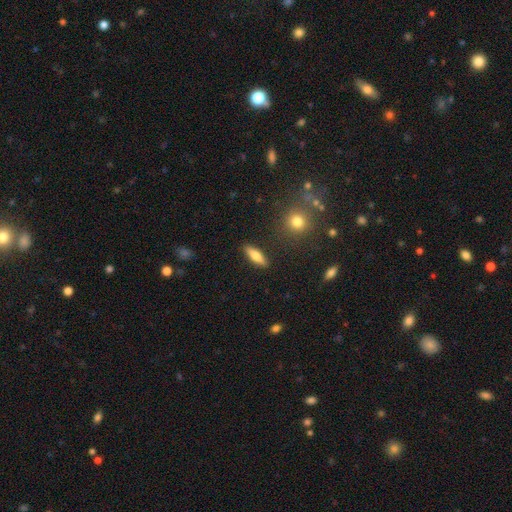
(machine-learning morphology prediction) A smooth galaxy with no disk features (74%) that is cigar-shaped (50%).

Vote fractions:
- Smooth or featured? smooth: 74% / featured or disk: 19% / star or artifact: 7%
- How rounded? cigar-shaped: 50% / in between: 47% / round: 3%
- Merging? none: 88% / minor disturbance: 8% / major disturbance: 2% / merger: 2%